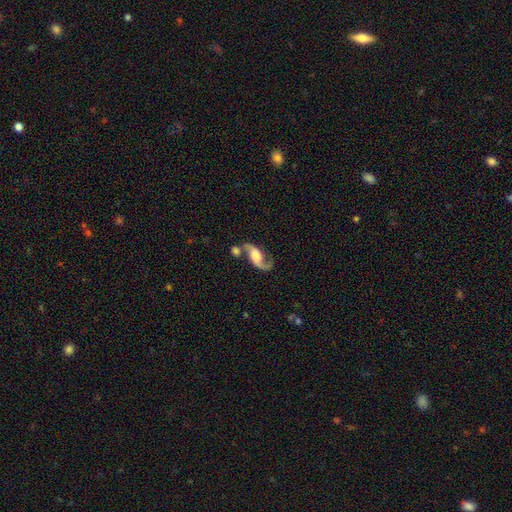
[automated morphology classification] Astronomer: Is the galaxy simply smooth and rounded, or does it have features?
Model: featured or disk — 86%.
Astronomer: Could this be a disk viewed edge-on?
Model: no — 96%.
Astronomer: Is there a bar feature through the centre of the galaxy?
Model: no — 55% (runner-up: weak, 32%).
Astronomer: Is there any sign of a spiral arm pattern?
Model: yes — 96%.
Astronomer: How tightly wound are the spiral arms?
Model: loose — 62%.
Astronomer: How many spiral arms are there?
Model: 2 — 91%.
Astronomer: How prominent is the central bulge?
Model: large — 35% (runner-up: moderate, 26%).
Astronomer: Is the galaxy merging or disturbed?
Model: none — 47% (runner-up: merger, 26%).